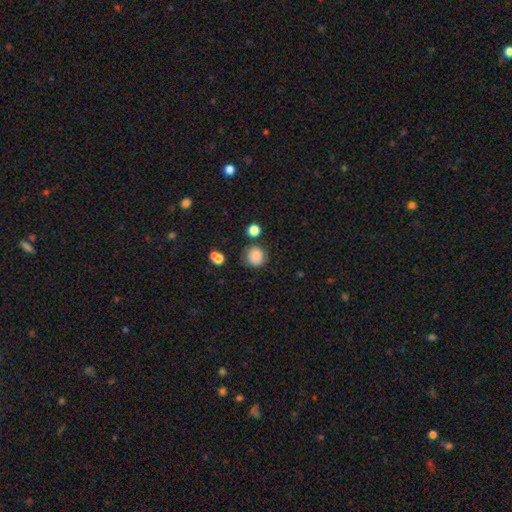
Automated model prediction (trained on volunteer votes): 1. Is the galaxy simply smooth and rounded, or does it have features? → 83% smooth, 10% star or artifact, 7% featured or disk.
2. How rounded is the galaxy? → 89% round, 10% in between, 1% cigar-shaped.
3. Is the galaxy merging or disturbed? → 74% none, 16% minor disturbance, 5% merger, 4% major disturbance.